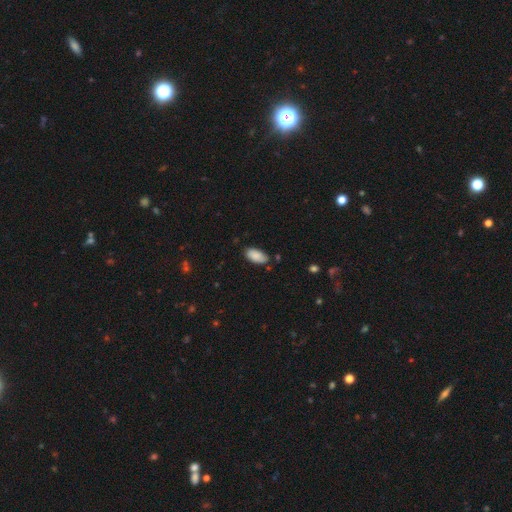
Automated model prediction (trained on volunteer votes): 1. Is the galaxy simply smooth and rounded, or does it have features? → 88% smooth, 7% star or artifact, 6% featured or disk.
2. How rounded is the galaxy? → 94% in between, 4% cigar-shaped, 2% round.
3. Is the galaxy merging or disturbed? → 75% none, 19% minor disturbance, 3% major disturbance, 2% merger.